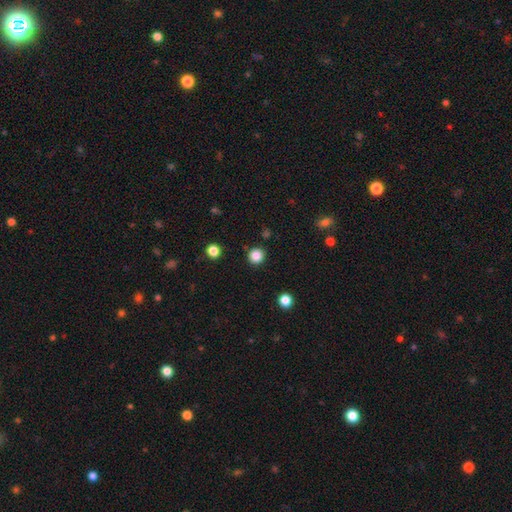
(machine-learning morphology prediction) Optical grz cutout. It shows a smooth galaxy with no disk features (85%) that is round (92%). Merging: none (90%).